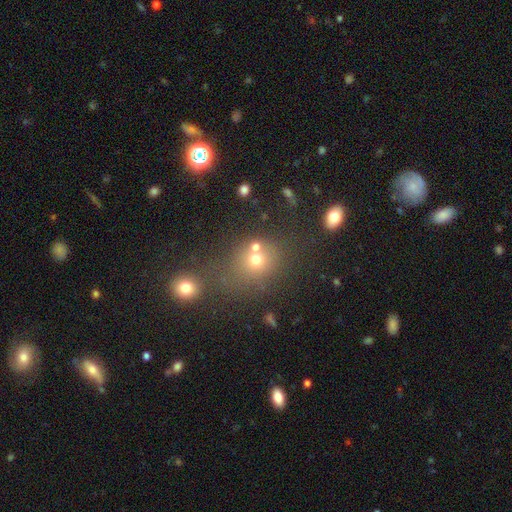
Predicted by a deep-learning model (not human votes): Smooth or featured: smooth — 65% (star or artifact — 22%)
How rounded: round — 72% (in between — 27%)
Merging: none — 55% (merger — 28%)